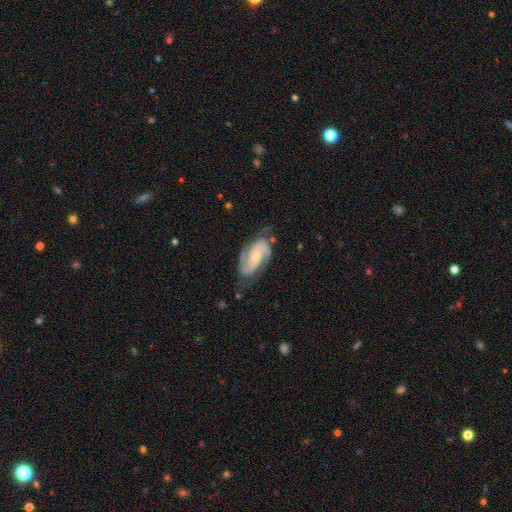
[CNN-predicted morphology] Smooth or featured?
  - featured or disk: 87% *
  - smooth: 8%
  - star or artifact: 5%
Edge-on disk?
  - no: 96% *
  - yes: 4%
Bar?
  - no: 57% *
  - weak: 33%
  - strong: 10%
Spiral arms?
  - yes: 97% *
  - no: 3%
Spiral winding?
  - medium: 48% *
  - tight: 37%
  - loose: 14%
Spiral arm count?
  - 2: 84% *
  - 3: 6%
  - can't tell: 5%
  - 1: 2%
  - 4: 1%
  - more than 4: 1%
Bulge size?
  - small: 53% *
  - moderate: 41%
  - none: 3%
  - large: 2%
  - dominant: 1%
Merging?
  - none: 69% *
  - minor disturbance: 21%
  - major disturbance: 8%
  - merger: 2%